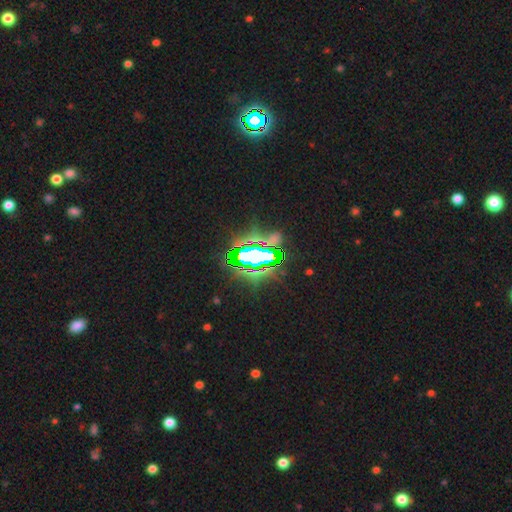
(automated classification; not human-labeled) Morphology: type=star or artifact (72%).